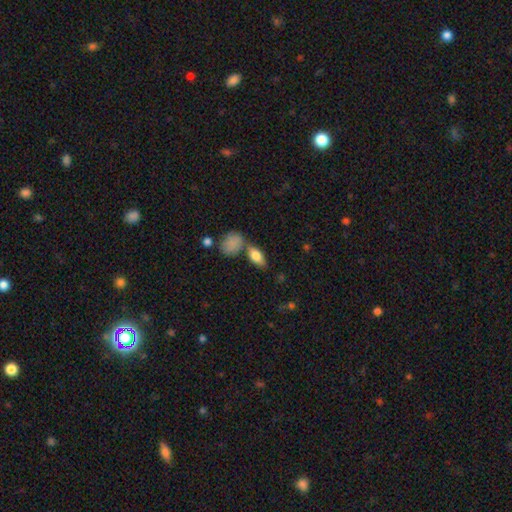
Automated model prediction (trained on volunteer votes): Smooth or featured?
  - smooth: 76% *
  - featured or disk: 16%
  - star or artifact: 8%
How rounded?
  - in between: 83% *
  - cigar-shaped: 13%
  - round: 5%
Merging?
  - none: 62% *
  - merger: 20%
  - minor disturbance: 13%
  - major disturbance: 5%